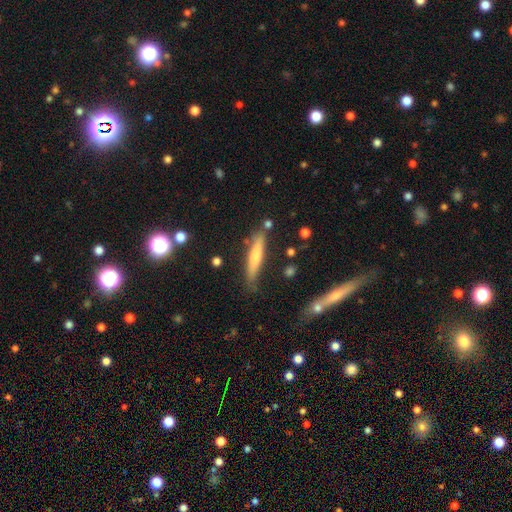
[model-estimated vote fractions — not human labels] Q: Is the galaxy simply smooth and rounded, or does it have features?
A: smooth — 63%.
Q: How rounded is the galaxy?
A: cigar-shaped — 86%.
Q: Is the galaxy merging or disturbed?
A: none — 75%.